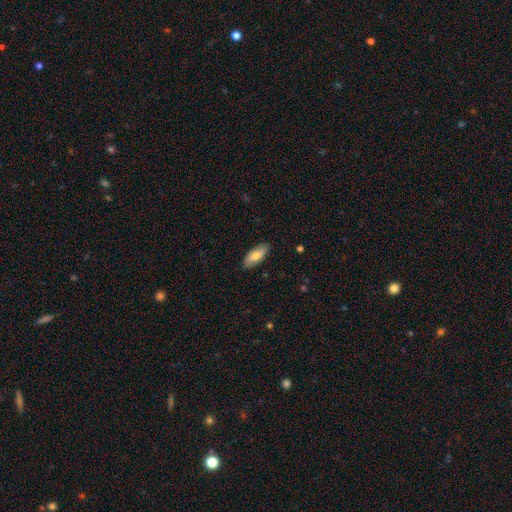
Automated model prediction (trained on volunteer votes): Overall: smooth (76%). How rounded: in between (77%). Merging: none (87%).